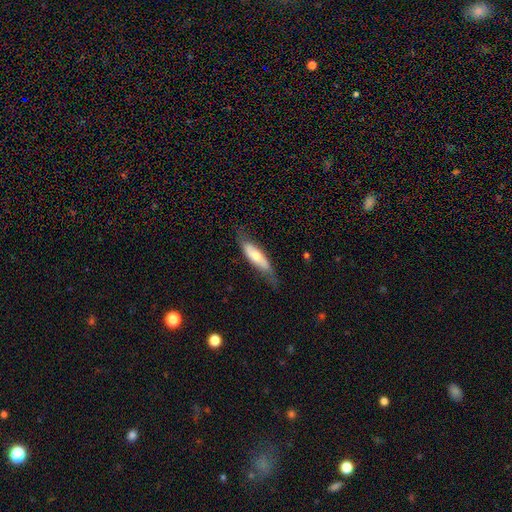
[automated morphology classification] smooth_or_featured: smooth (p=0.55) [alt: featured or disk p=0.40]
how_rounded: cigar-shaped (p=0.55) [alt: in between p=0.43]
merging: none (p=0.63) [alt: minor disturbance p=0.27]